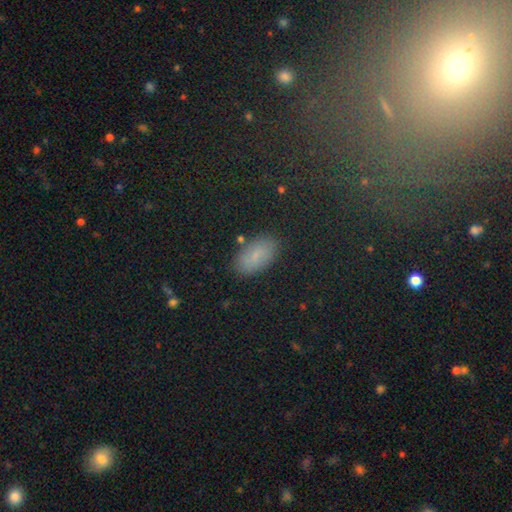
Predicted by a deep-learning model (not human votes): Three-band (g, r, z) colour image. It shows a smooth galaxy with no disk features (67%) that is in between round and cigar-shaped (93%). Merging: none (85%).